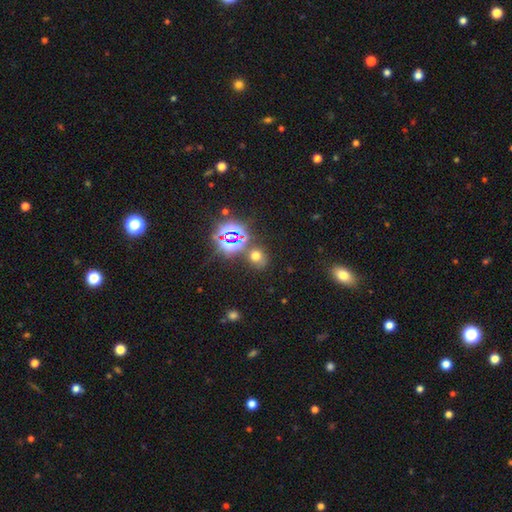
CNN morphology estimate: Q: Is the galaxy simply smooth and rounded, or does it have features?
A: smooth — 55%.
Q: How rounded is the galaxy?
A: round — 69%.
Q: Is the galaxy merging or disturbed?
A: none — 74%.